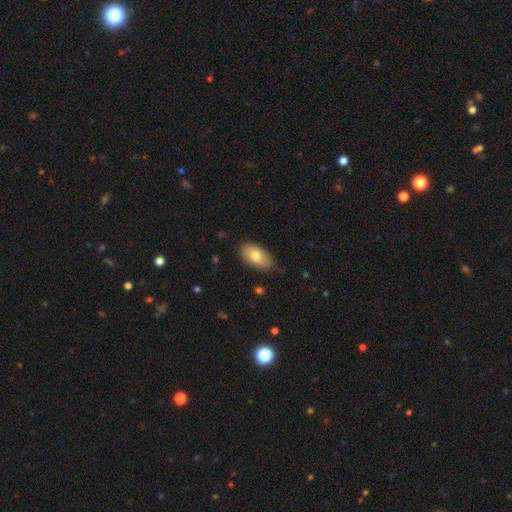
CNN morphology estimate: A smooth galaxy with no disk features (76%) that is in between round and cigar-shaped (93%). Merging: none (79%).